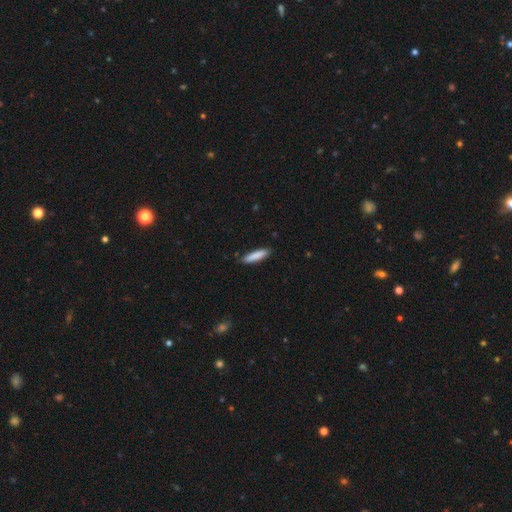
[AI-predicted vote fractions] The model was most divided on "how rounded": cigar-shaped: 82%, in between: 17%, round: 1%. More confident: merging — none (86%); smooth or featured — smooth (86%).